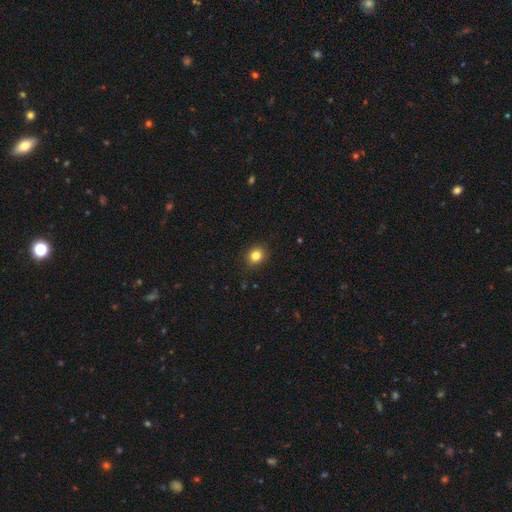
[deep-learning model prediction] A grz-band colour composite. It shows a smooth galaxy with no disk features (83%) that is round (73%). Merging: none (89%).